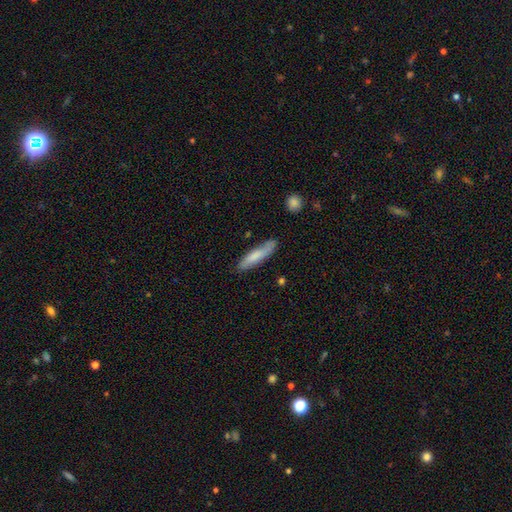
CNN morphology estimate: Smooth or featured? smooth (72%)
How rounded? cigar-shaped (80%)
Merging? none (76%)